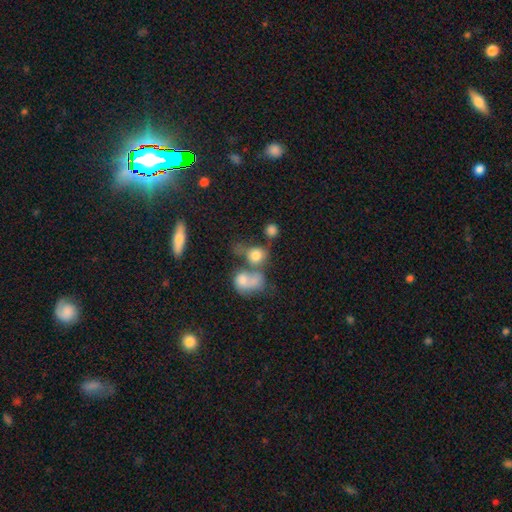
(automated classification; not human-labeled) The model was most divided on "merging": merger: 49%, none: 30%, major disturbance: 11%, minor disturbance: 10%. More confident: smooth or featured — smooth (74%); how rounded — round (70%).